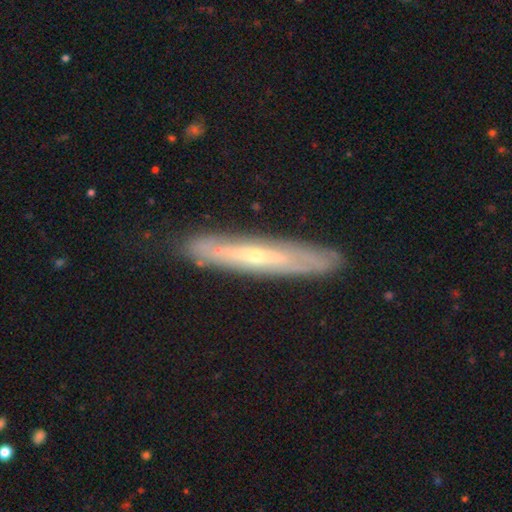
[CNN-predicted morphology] smooth-or-featured: featured or disk: 73% | smooth: 20% | star or artifact: 7%
  disk-edge-on: yes: 70% | no: 30%
    edge-on-bulge: rounded: 57% | none: 39% | boxy: 4%
  merging: none: 83% | minor disturbance: 13% | major disturbance: 3% | merger: 1%